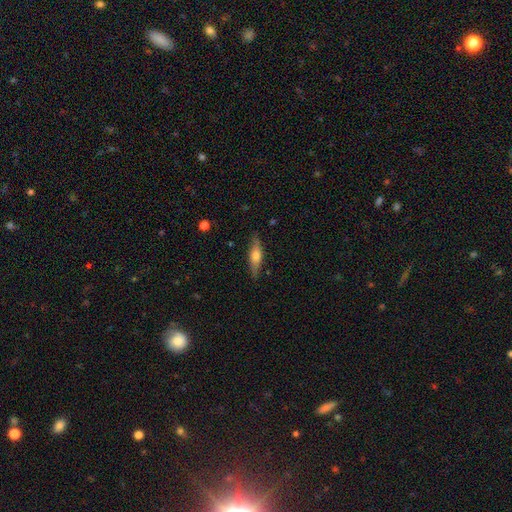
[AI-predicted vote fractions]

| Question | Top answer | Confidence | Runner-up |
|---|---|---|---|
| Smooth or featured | smooth | 48% | featured or disk (45%) |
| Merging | none | 86% | minor disturbance (11%) |